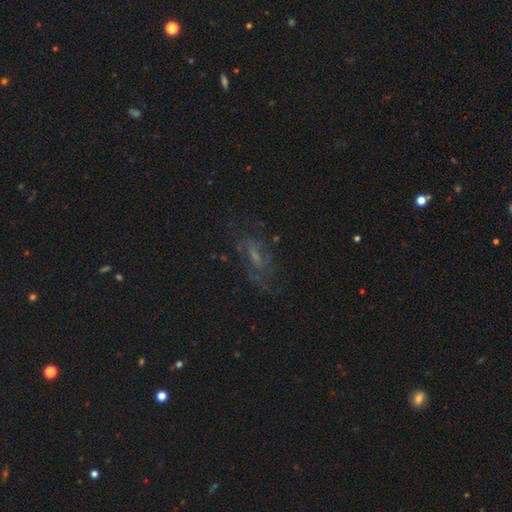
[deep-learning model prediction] Morphology: type=featured or disk (55%); edge-on=no (88%); merging=none (58%).